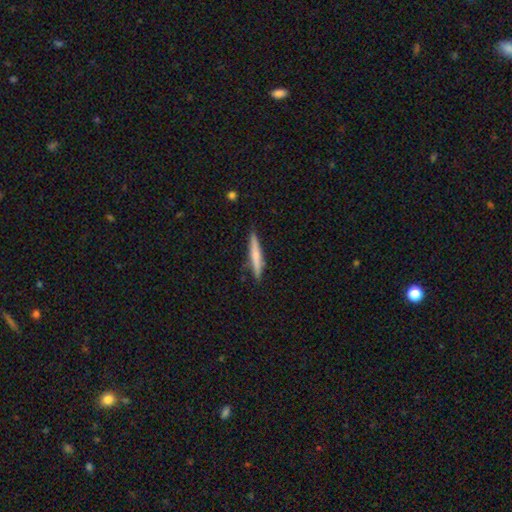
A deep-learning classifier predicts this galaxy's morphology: smooth 62%, featured or disk 32%, star or artifact 6%. Down the decision tree: how rounded — cigar-shaped (93%); merging — none (87%).